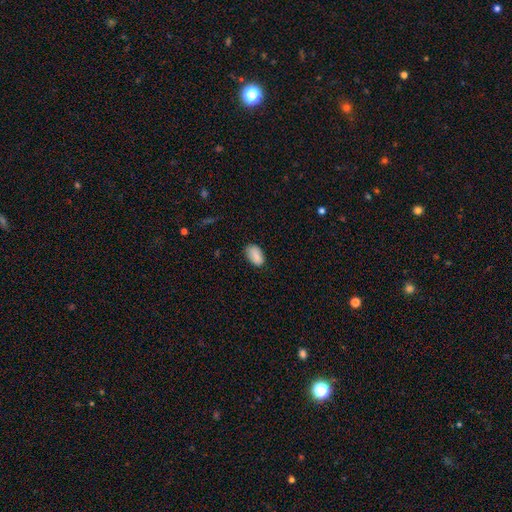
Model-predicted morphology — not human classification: A smooth galaxy with no disk features (87%) that is in between round and cigar-shaped (93%).

Vote fractions:
- Smooth or featured? smooth: 87% / star or artifact: 7% / featured or disk: 6%
- How rounded? in between: 93% / round: 5% / cigar-shaped: 2%
- Merging? none: 80% / minor disturbance: 16% / major disturbance: 3% / merger: 1%